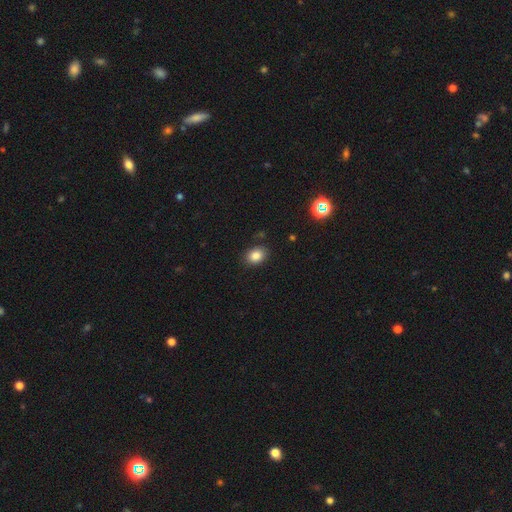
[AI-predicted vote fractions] Morphology: type=smooth (84%); roundness=in between (65%); merging=none (84%).